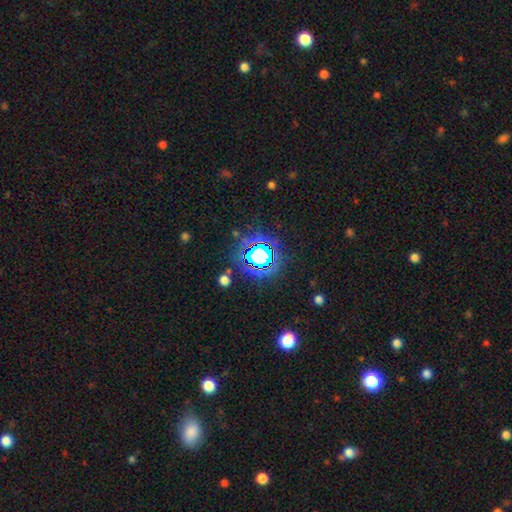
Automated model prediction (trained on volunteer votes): Smooth or featured? star or artifact (80%)